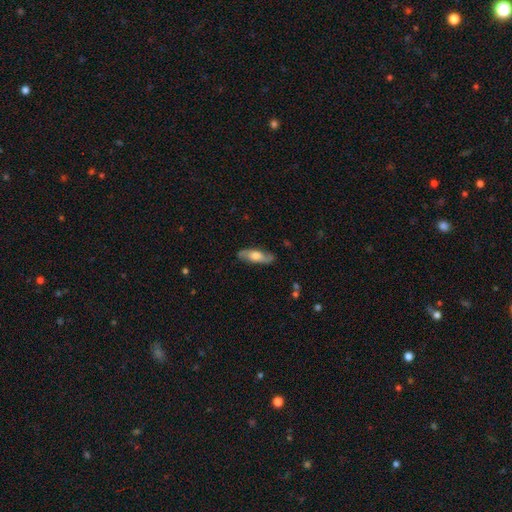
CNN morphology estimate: Smooth or featured? featured or disk (47%, tied with smooth)
Merging? none (82%)